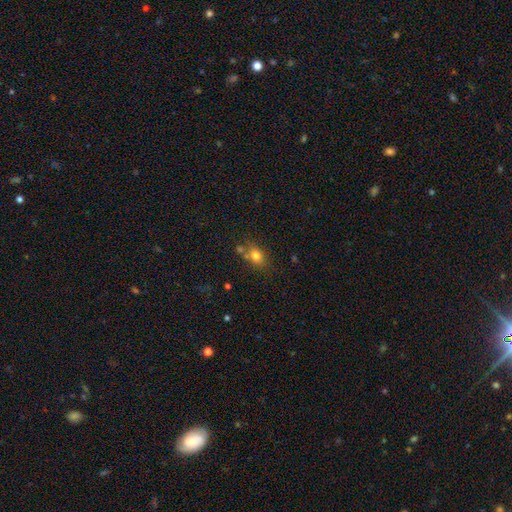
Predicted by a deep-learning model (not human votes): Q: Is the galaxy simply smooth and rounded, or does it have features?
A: smooth — 76%.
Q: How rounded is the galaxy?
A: in between — 54%.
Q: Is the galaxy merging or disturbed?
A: none — 62%.